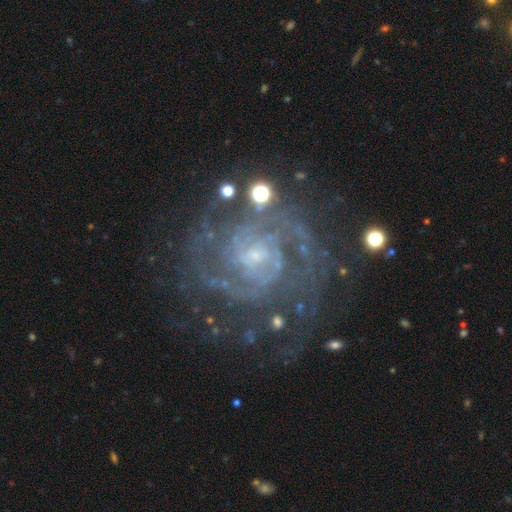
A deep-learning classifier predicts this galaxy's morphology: type=featured or disk (90%); edge-on=no (98%); bar=no (48%); spiral arms=yes (97%); winding=tight (66%); arm count=2 (36%); bulge=small (75%); merging=none (71%).